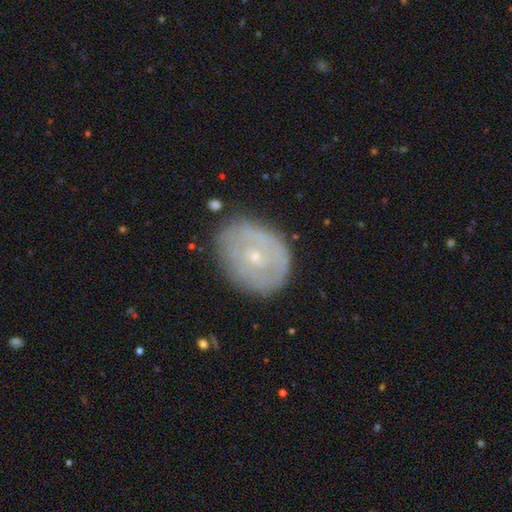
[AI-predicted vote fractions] A featured or disk galaxy (59%) with no bar (79%), spiral arms (54%) and a small central bulge (80%). Merging: none (76%).